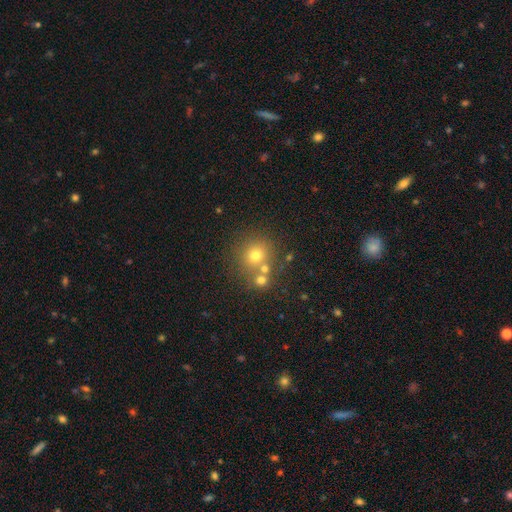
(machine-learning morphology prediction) Smooth or featured: smooth — 69% (star or artifact — 17%)
How rounded: round — 89% (in between — 10%)
Merging: none — 62% (merger — 25%)